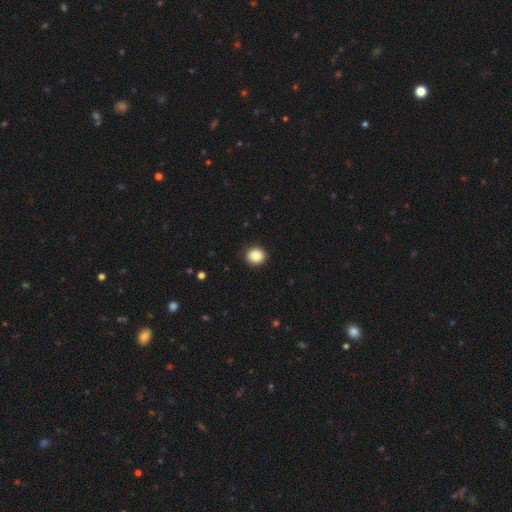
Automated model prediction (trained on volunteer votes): smooth 88%, star or artifact 9%, featured or disk 3%. Down the decision tree: how rounded — round (85%); merging — none (89%).